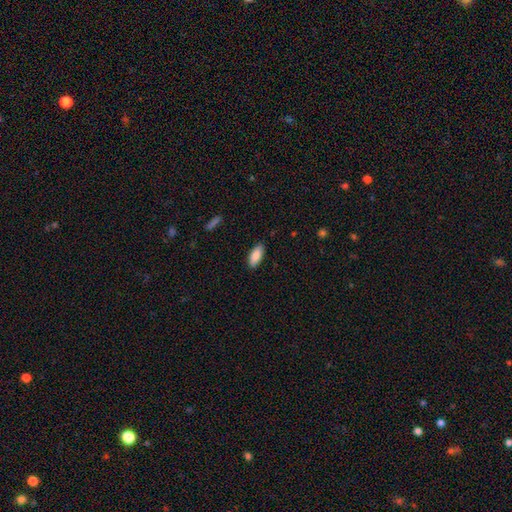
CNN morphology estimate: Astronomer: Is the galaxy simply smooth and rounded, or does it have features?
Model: smooth — 87%.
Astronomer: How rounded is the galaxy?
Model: in between — 84%.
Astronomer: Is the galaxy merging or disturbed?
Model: none — 88%.